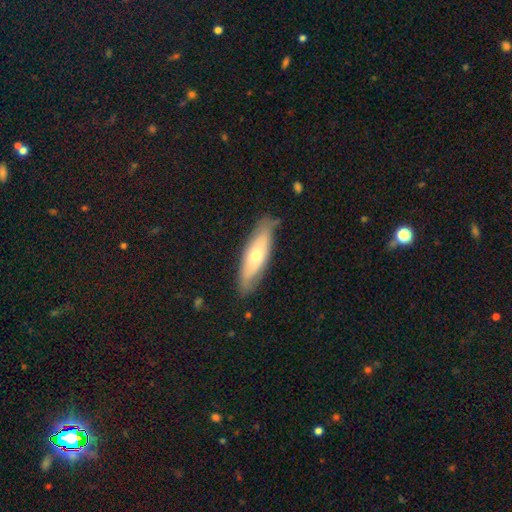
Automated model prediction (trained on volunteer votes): This is possibly a smooth galaxy (51%). How rounded: possibly cigar-shaped (51%). Merging: likely none (77%).